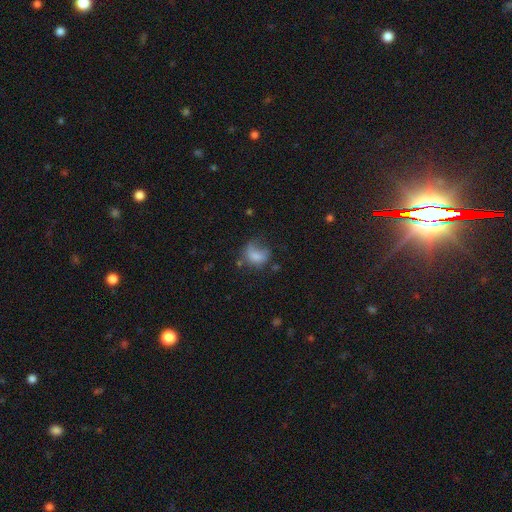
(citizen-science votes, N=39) smooth-or-featured: smooth: 72% | featured or disk: 23% | star or artifact: 5%
  how-rounded: in between: 68% | round: 32% | cigar-shaped: 0%
  merging: major disturbance: 57% | minor disturbance: 24% | none: 16% | merger: 3%